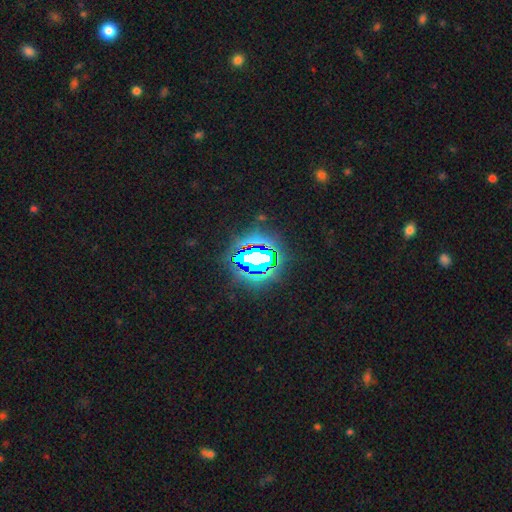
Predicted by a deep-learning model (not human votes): A star or artifact, not a galaxy (75%).

Vote fractions:
- Smooth or featured? star or artifact: 75% / smooth: 14% / featured or disk: 12%